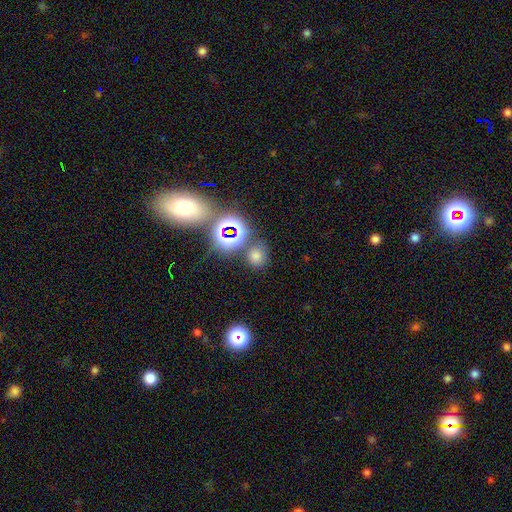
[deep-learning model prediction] smooth_or_featured: smooth (p=0.65) [alt: star or artifact p=0.29]
how_rounded: round (p=0.74) [alt: in between p=0.25]
merging: none (p=0.73) [alt: merger p=0.11]